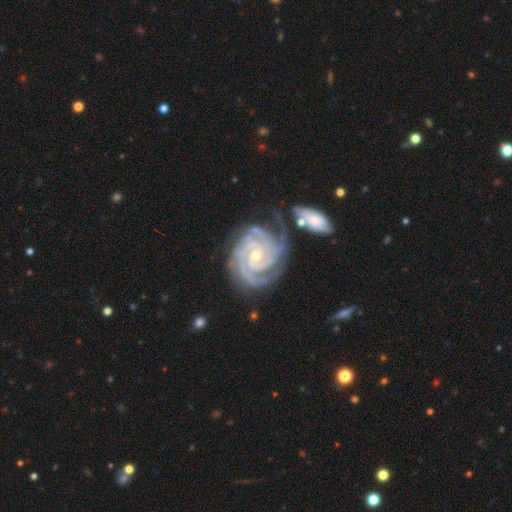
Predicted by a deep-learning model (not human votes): The model was most divided on "spiral arm count": 3: 33%, 4: 30%, 2: 13%, can't tell: 12%, more than 4: 7%, 1: 6%. More confident: spiral arms — yes (99%); edge-on disk — no (98%); smooth or featured — featured or disk (93%); spiral winding — tight (78%); bulge size — small (62%); merging — none (59%); bar — no (52%).